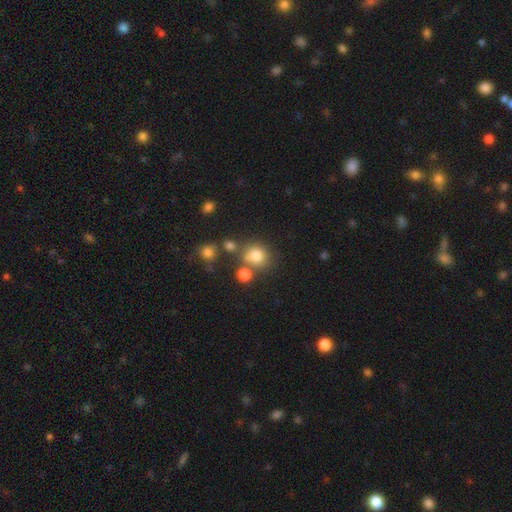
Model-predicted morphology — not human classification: Overall: smooth (77%). How rounded: round (79%). Merging: none (60%; merger 21%).